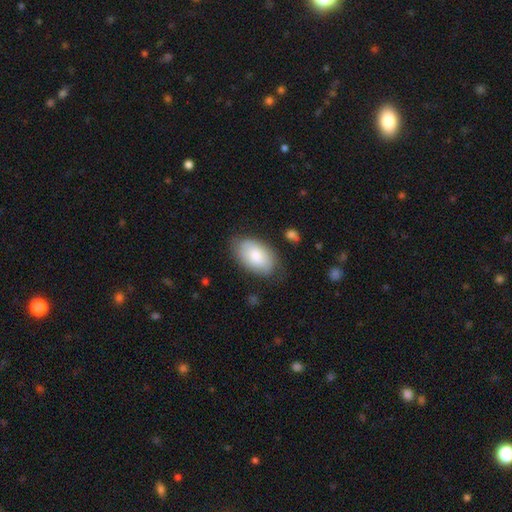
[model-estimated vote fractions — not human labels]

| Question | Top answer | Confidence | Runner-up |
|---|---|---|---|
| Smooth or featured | smooth | 78% | featured or disk (16%) |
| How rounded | in between | 94% | round (5%) |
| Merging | none | 74% | minor disturbance (19%) |